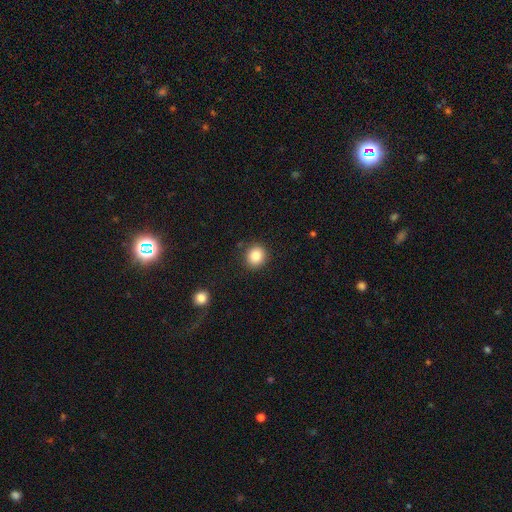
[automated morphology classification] A smooth galaxy with no disk features (86%) that is round (82%). Merging: none (89%).